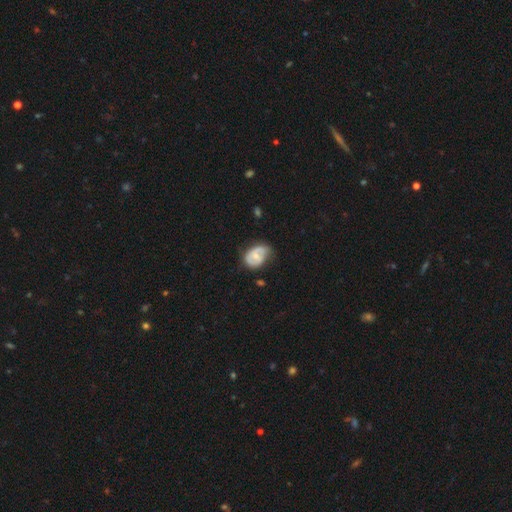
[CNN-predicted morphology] Smooth or featured: featured or disk — 49% (smooth — 44%)
Merging: none — 42% (minor disturbance — 38%)